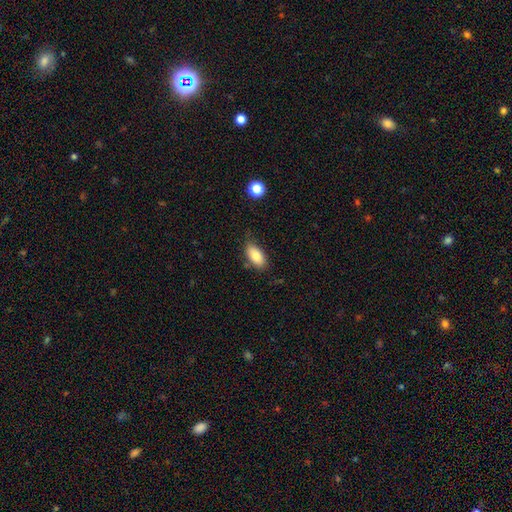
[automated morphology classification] This appears to be a smooth galaxy with no disk features (83%) that is in between round and cigar-shaped (91%). Merging: none (74%).